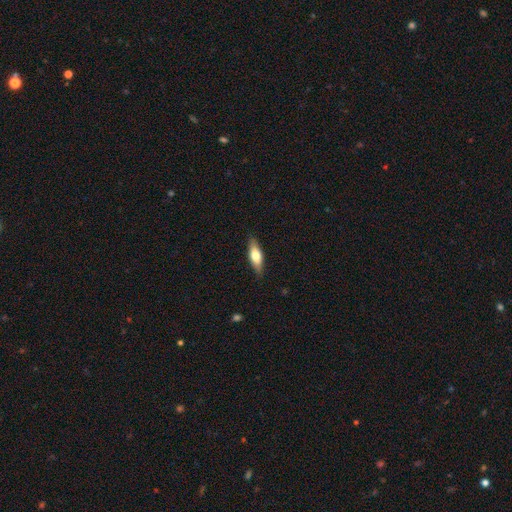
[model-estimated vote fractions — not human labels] Morphology: type=smooth (60%); roundness=in between (55%); merging=none (85%).